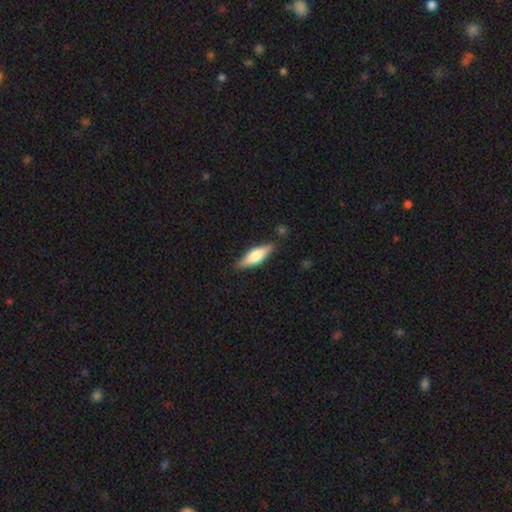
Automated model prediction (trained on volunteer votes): smooth 59%, featured or disk 36%, star or artifact 6%. Down the decision tree: how rounded — in between (49%); merging — none (84%).